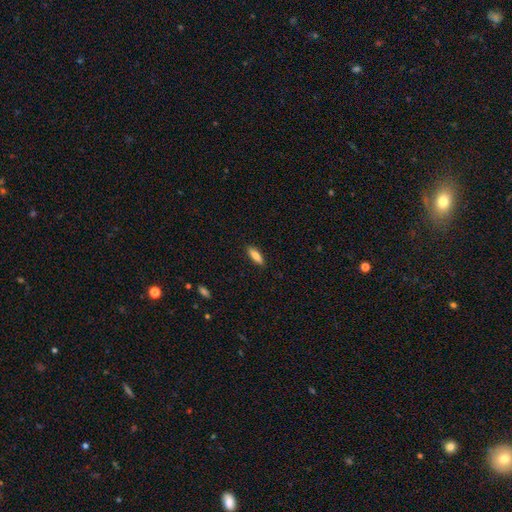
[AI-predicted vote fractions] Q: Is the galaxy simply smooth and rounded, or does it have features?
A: smooth — 80%.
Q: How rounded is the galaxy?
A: in between — 55%.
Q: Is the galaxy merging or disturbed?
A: none — 89%.